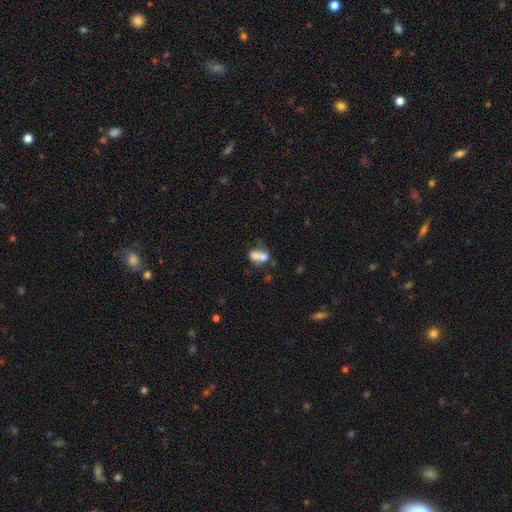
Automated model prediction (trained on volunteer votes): This appears to be a smooth galaxy with no disk features (69%) that is in between round and cigar-shaped (75%). Merging: merger (46%).